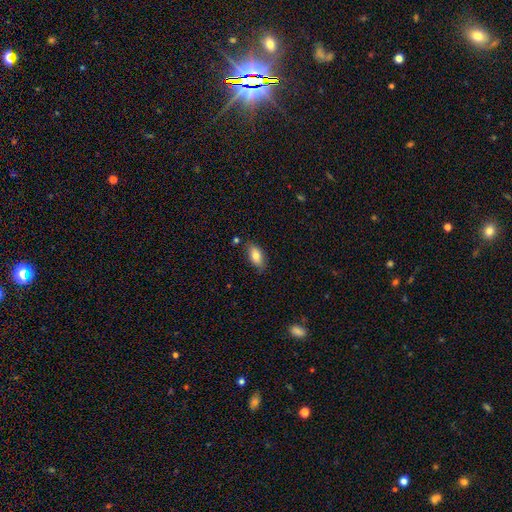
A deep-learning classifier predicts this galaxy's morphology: Smooth or featured? smooth (78%)
How rounded? in between (89%)
Merging? none (77%)